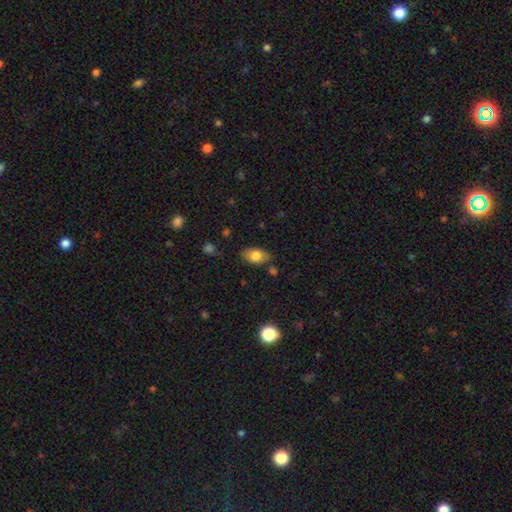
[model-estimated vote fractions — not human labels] A smooth galaxy with no disk features (77%) that is in between round and cigar-shaped (89%).

Vote fractions:
- Smooth or featured? smooth: 77% / featured or disk: 14% / star or artifact: 8%
- How rounded? in between: 89% / round: 9% / cigar-shaped: 2%
- Merging? none: 76% / minor disturbance: 17% / merger: 4% / major disturbance: 4%